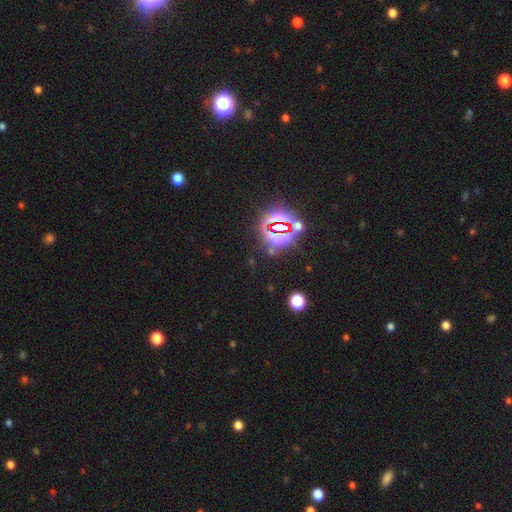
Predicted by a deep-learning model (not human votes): Smooth or featured? Predicted: star or artifact (p=0.84).